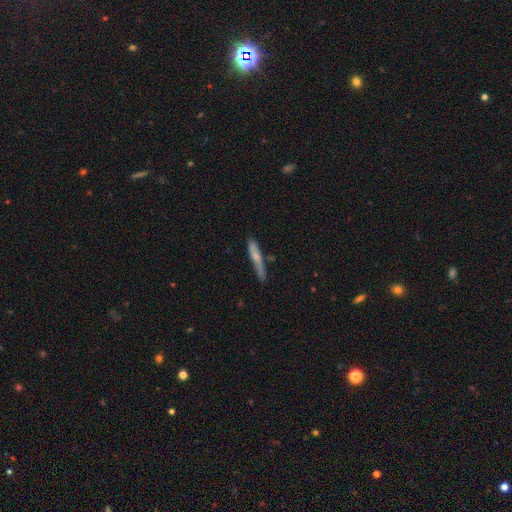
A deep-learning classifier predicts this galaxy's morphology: smooth-or-featured: smooth: 62% | featured or disk: 32% | star or artifact: 6%
  how-rounded: cigar-shaped: 92% | in between: 6% | round: 2%
  merging: none: 67% | minor disturbance: 23% | merger: 5% | major disturbance: 5%